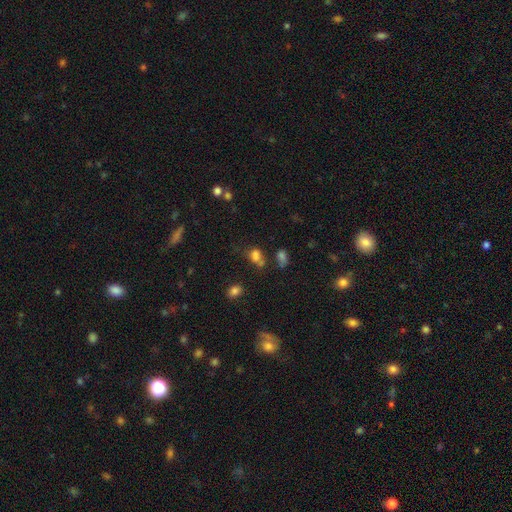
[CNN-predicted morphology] smooth-or-featured: smooth: 72% | star or artifact: 19% | featured or disk: 10%
  how-rounded: in between: 61% | round: 37% | cigar-shaped: 2%
  merging: none: 42% | merger: 26% | minor disturbance: 19% | major disturbance: 13%